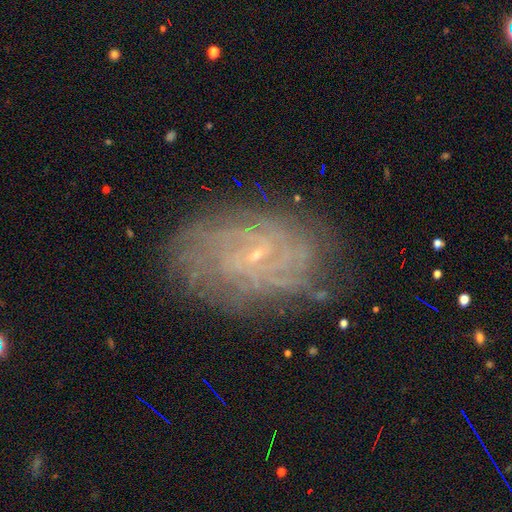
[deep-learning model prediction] This is likely a featured or disk galaxy (75%). It is clearly not viewed edge-on (96%). Bar: possibly no (45%). Spiral arm pattern: clearly yes (88%). Spiral arm count: possibly can't tell (49%). Spiral winding: likely tight (63%). Central bulge: clearly small (85%). Merging: likely none (79%).